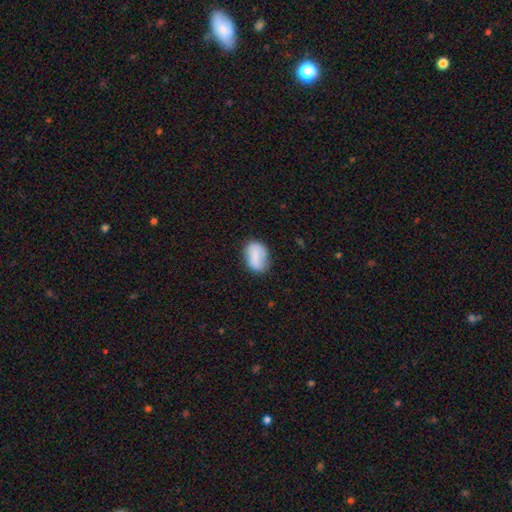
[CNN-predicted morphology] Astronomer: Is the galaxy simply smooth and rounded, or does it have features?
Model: smooth — 79%.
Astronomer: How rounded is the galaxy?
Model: in between — 82%.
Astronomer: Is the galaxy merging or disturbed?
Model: none — 70%.